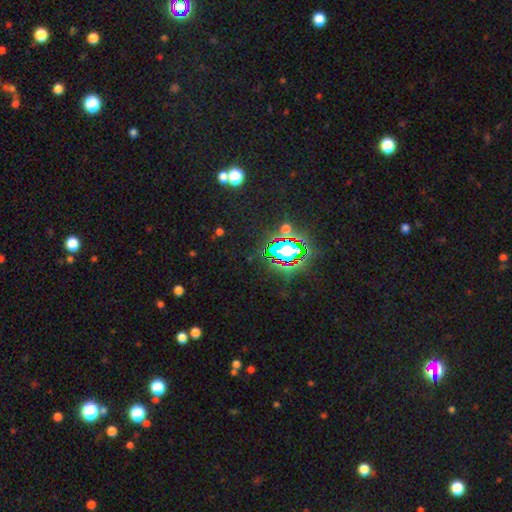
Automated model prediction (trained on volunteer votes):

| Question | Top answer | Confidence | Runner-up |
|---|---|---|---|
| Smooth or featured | star or artifact | 78% | smooth (13%) |